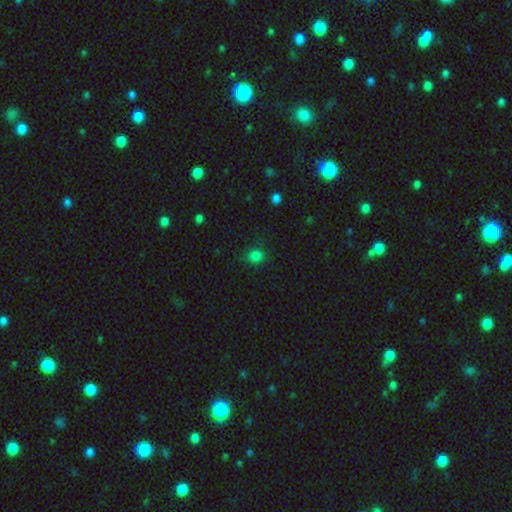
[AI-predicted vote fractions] Overall: smooth (80%). How rounded: round (78%). Merging: none (80%).